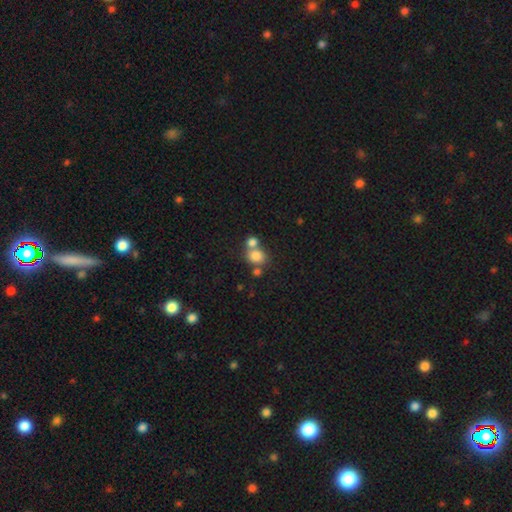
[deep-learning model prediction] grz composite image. It shows a smooth galaxy with no disk features (79%) that is round (68%). Merging: none (44%, tied with merger).